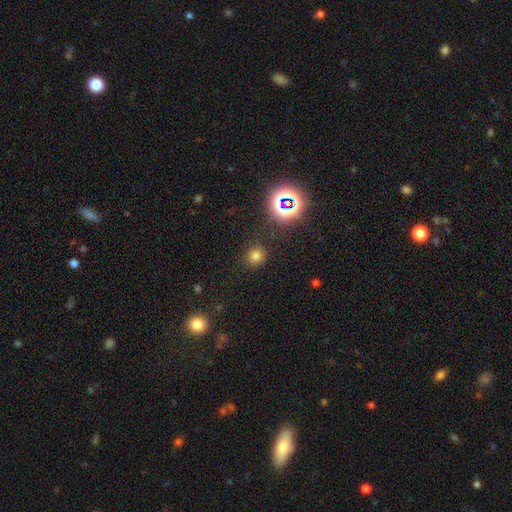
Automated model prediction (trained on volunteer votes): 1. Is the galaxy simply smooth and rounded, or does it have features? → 71% smooth, 23% star or artifact, 6% featured or disk.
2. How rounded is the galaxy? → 87% round, 12% in between, 1% cigar-shaped.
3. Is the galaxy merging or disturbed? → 85% none, 9% minor disturbance, 4% major disturbance, 2% merger.